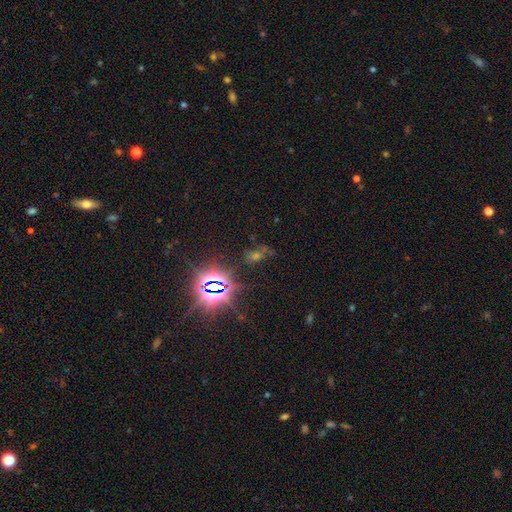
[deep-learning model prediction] smooth_or_featured: star or artifact (p=0.68) [alt: smooth p=0.18]